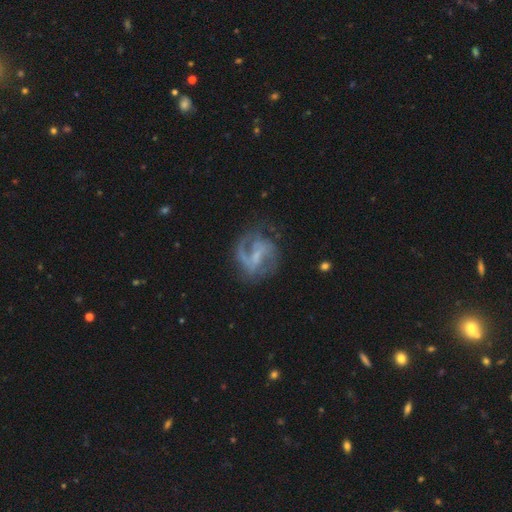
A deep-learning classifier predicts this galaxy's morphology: Overall: featured or disk (85%). Edge-on disk: no (98%). Bar: weak (54%; strong 24%). Spiral arms: yes (94%). Spiral arm count: 2 (71%). Spiral winding: medium (52%; tight 25%). Bulge size: small (49%; none 28%). Merging: none (64%).